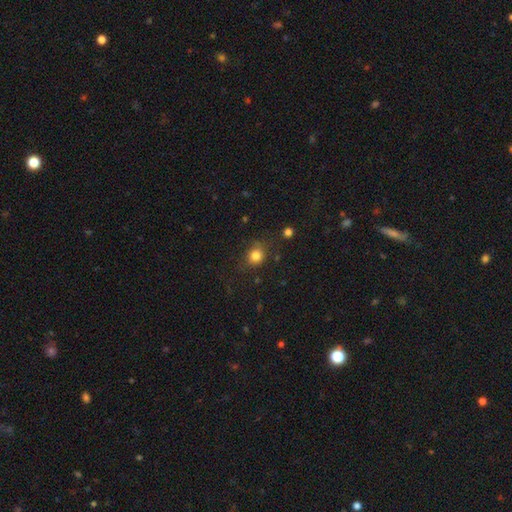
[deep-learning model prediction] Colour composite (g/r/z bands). It shows a smooth galaxy with no disk features (82%) that is round (75%). Merging: none (75%).